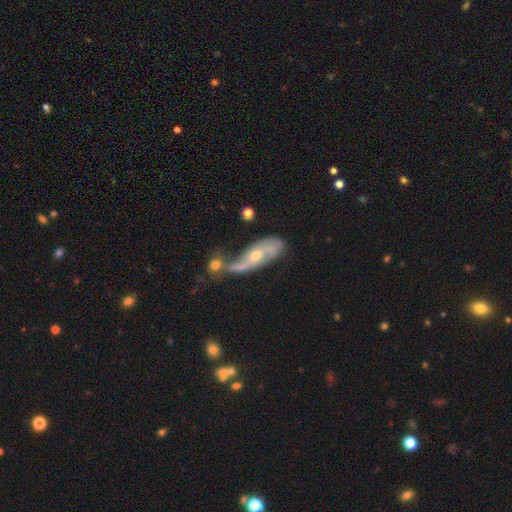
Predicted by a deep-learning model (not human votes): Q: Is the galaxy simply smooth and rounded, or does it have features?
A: featured or disk — 76%.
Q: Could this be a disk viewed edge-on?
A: no — 85%.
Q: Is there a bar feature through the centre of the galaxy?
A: no — 63%.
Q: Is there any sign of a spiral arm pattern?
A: yes — 85%.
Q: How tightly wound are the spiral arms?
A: loose — 53%.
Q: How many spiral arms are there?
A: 2 — 75%.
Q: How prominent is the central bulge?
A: moderate — 52%.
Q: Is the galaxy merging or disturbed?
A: merger — 41%.